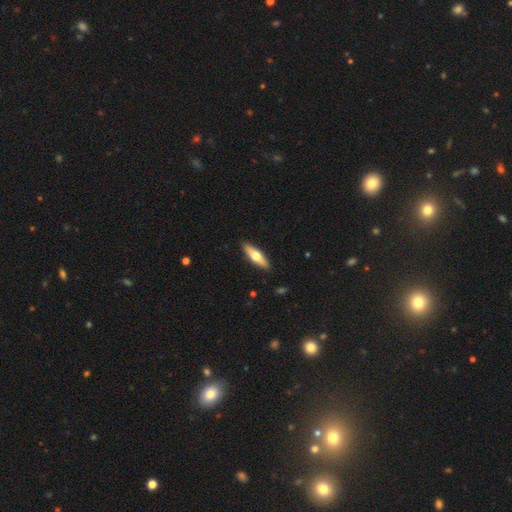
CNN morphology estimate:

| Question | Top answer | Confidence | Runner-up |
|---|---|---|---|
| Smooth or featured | smooth | 49% | featured or disk (46%) |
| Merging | none | 90% | minor disturbance (7%) |